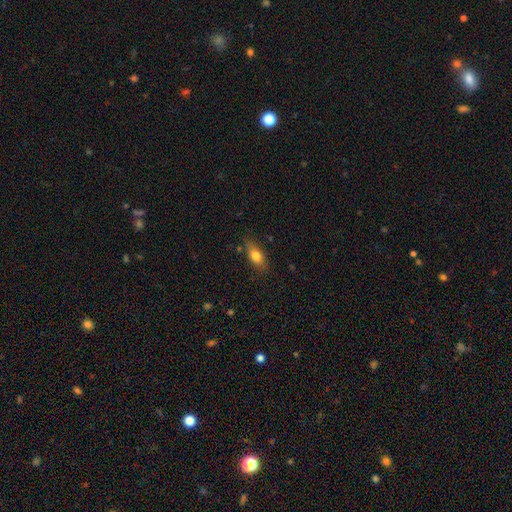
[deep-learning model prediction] Smooth or featured? smooth (77%)
How rounded? in between (81%)
Merging? none (78%)